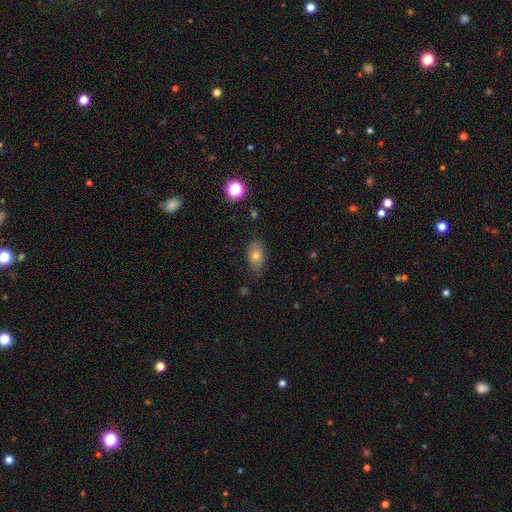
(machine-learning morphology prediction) Smooth or featured? Predicted: smooth (p=0.74). How rounded? Predicted: in between (p=0.85). Merging? Predicted: none (p=0.79).